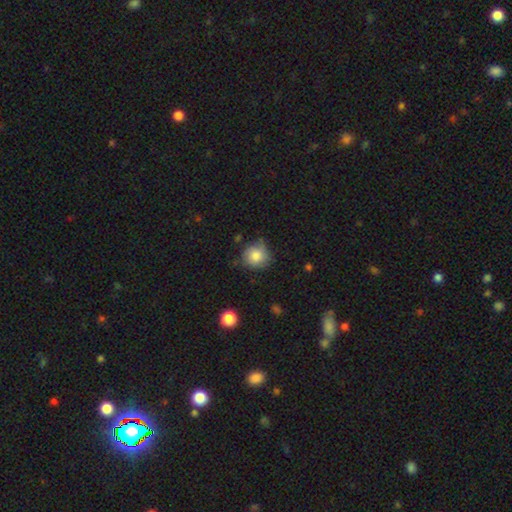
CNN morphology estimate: Smooth or featured? Predicted: smooth (p=0.81). How rounded? Predicted: round (p=0.87). Merging? Predicted: none (p=0.65).